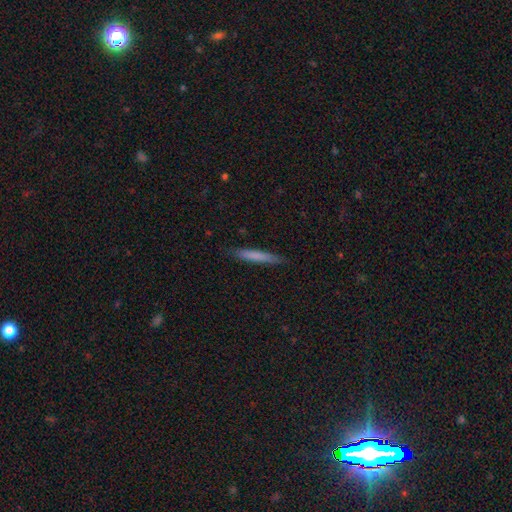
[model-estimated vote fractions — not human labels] The model was most divided on "smooth or featured": smooth: 74%, featured or disk: 20%, star or artifact: 6%. More confident: how rounded — cigar-shaped (94%); merging — none (87%).